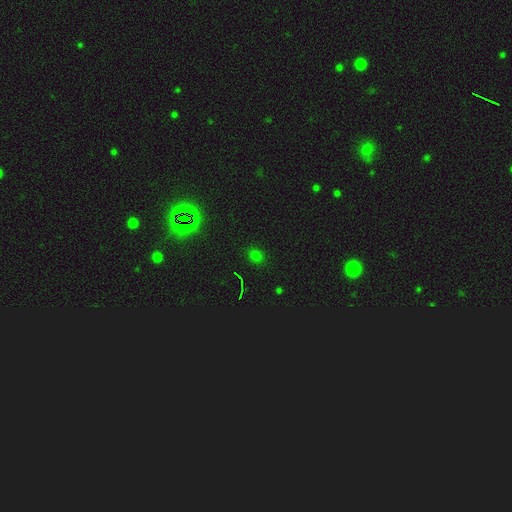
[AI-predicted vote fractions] smooth_or_featured: smooth (p=0.64) [alt: star or artifact p=0.31]
how_rounded: round (p=0.66) [alt: in between p=0.32]
merging: none (p=0.87) [alt: minor disturbance p=0.09]